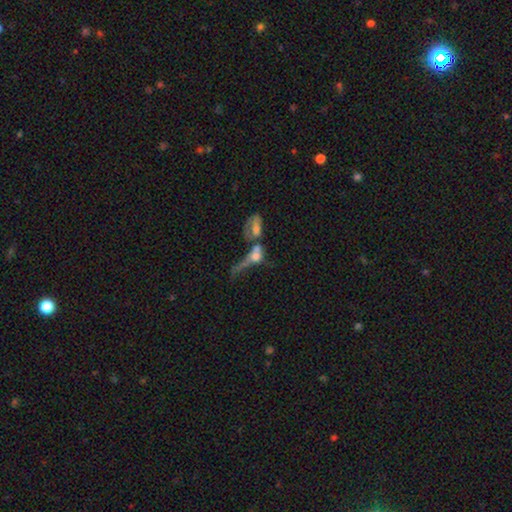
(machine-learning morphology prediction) Smooth or featured: smooth — 46% (featured or disk — 41%)
Merging: merger — 66% (major disturbance — 17%)